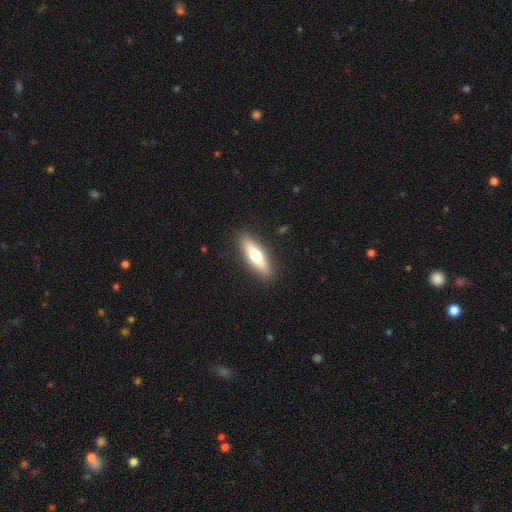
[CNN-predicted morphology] smooth-or-featured: smooth: 58% | featured or disk: 36% | star or artifact: 6%
  how-rounded: cigar-shaped: 65% | in between: 33% | round: 2%
  merging: none: 89% | minor disturbance: 8% | major disturbance: 2% | merger: 1%